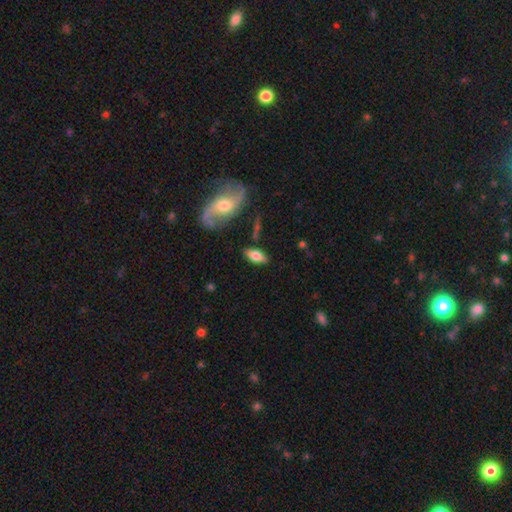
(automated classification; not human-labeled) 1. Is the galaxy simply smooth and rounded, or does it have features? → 61% smooth, 32% featured or disk, 7% star or artifact.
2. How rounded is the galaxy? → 84% in between, 11% cigar-shaped, 5% round.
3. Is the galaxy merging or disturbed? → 79% none, 13% minor disturbance, 4% merger, 4% major disturbance.